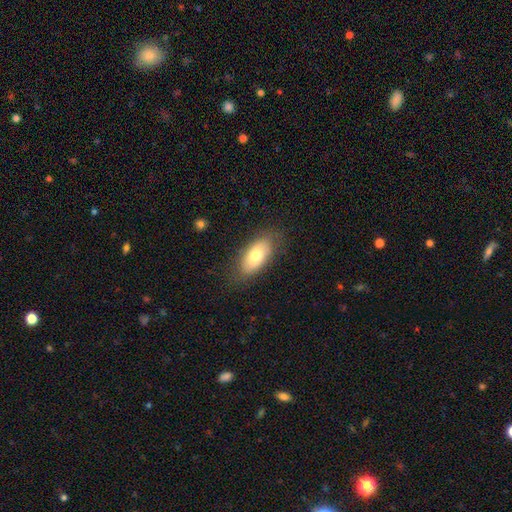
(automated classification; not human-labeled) This appears to be a smooth galaxy with no disk features (73%) that is in between round and cigar-shaped (90%). Merging: none (80%).